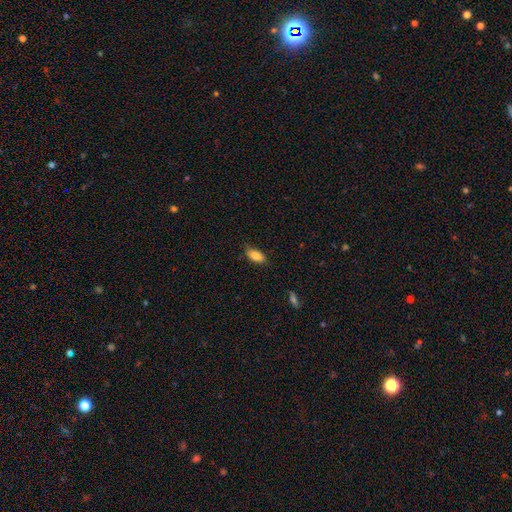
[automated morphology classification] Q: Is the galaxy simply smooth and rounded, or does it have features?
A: smooth — 85%.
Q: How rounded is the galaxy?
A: in between — 87%.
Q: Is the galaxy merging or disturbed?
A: none — 77%.